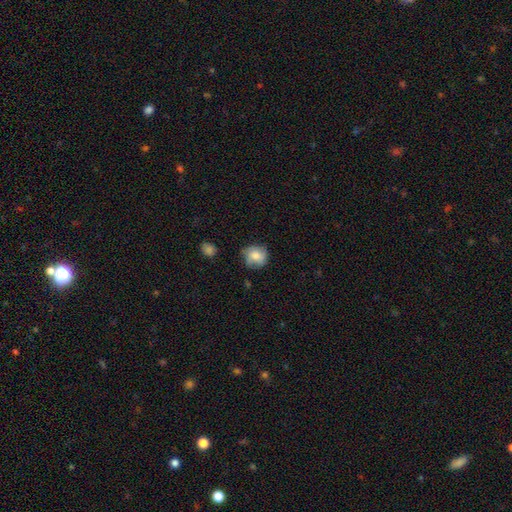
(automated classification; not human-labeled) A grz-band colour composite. It shows a smooth galaxy with no disk features (71%) that is round (81%). Merging: none (65%).